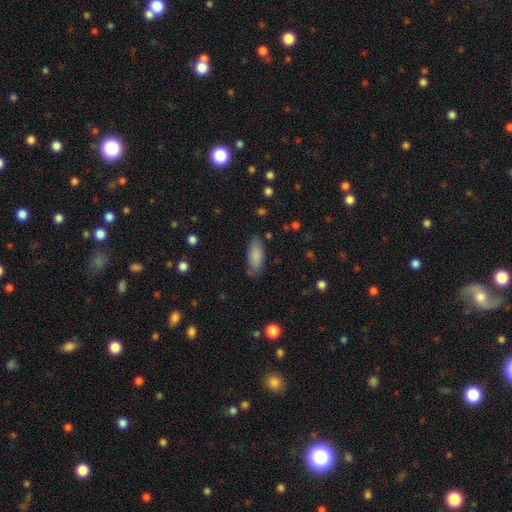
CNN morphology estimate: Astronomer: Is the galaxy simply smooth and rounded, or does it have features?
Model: smooth — 85%.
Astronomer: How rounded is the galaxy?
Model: in between — 80%.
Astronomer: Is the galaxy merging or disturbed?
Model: none — 78%.